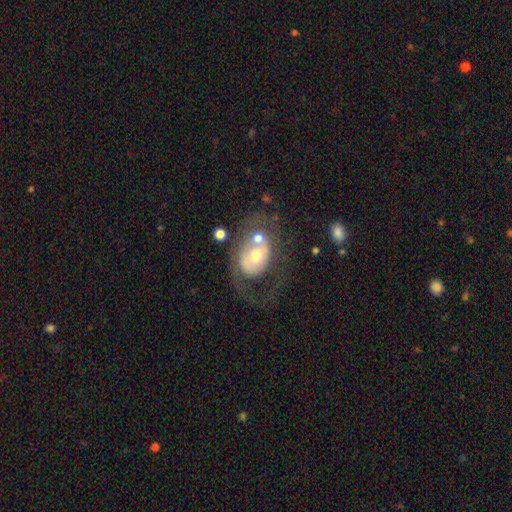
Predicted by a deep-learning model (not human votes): The model was most divided on "merging": none: 34%, major disturbance: 31%, merger: 19%, minor disturbance: 16%. More confident: edge-on disk — no (95%); bar — no (77%); bulge size — moderate (66%); smooth or featured — featured or disk (59%); spiral arms — no (53%).